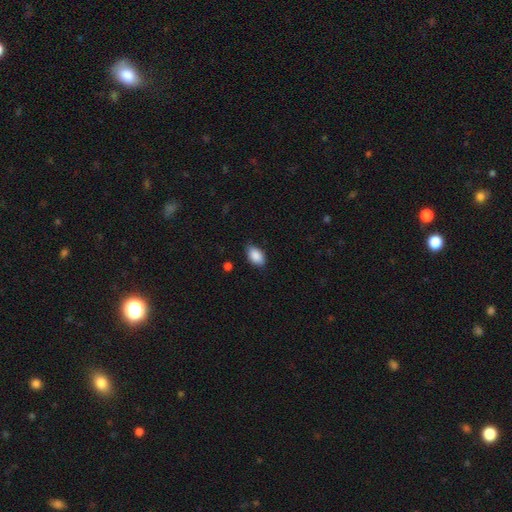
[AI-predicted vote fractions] The model was most divided on "merging": none: 81%, minor disturbance: 15%, major disturbance: 3%, merger: 1%. More confident: how rounded — in between (93%); smooth or featured — smooth (89%).